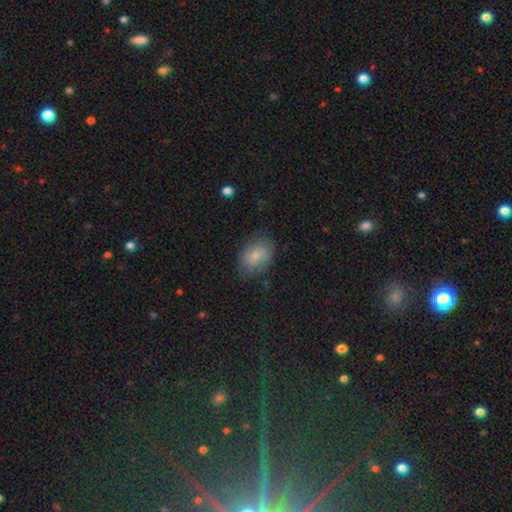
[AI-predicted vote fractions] The model was most divided on "smooth or featured": smooth: 57%, featured or disk: 34%, star or artifact: 8%. More confident: how rounded — in between (73%); merging — none (69%).